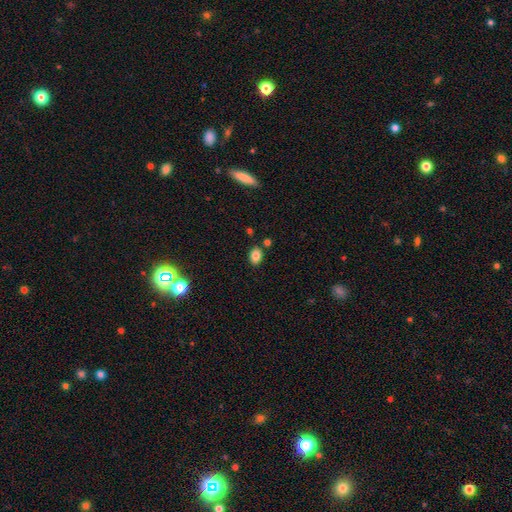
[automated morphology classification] Smooth or featured? smooth (84%)
How rounded? in between (77%)
Merging? none (82%)